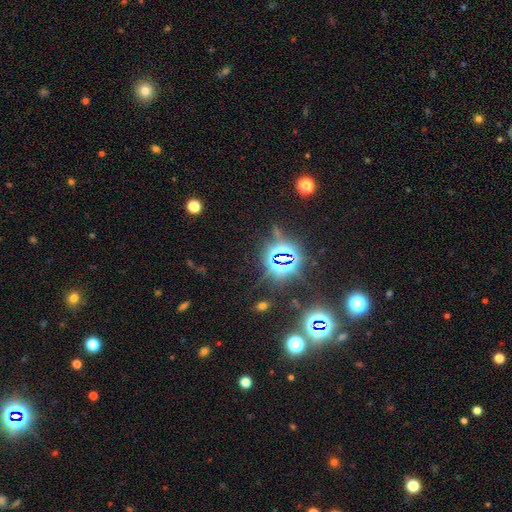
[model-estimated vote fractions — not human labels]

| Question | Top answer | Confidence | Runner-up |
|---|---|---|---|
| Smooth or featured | star or artifact | 79% | smooth (13%) |